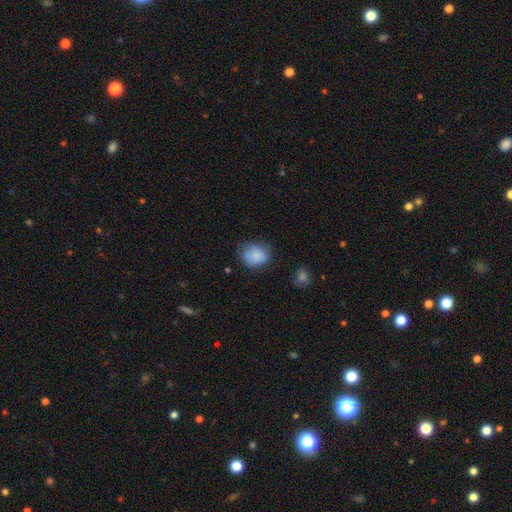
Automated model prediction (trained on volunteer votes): Overall: smooth (81%). How rounded: round (60%; in between 39%). Merging: none (55%; minor disturbance 32%).